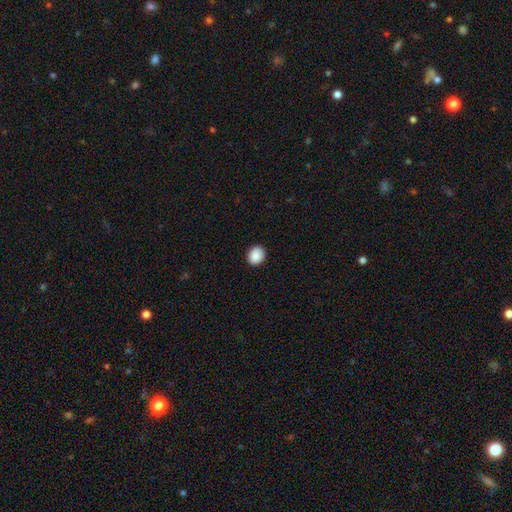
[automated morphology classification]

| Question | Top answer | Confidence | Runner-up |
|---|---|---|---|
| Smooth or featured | smooth | 89% | star or artifact (8%) |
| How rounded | round | 64% | in between (35%) |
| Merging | none | 89% | minor disturbance (8%) |